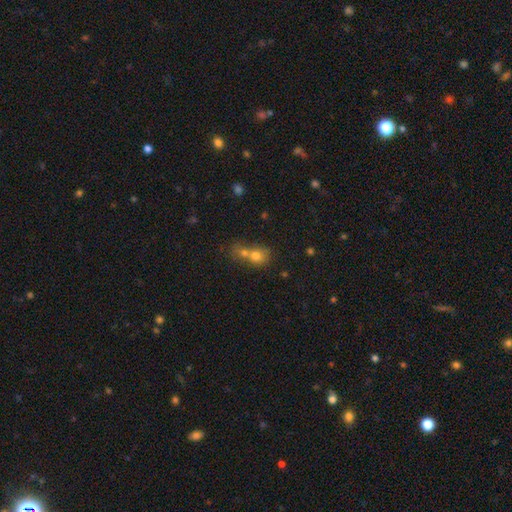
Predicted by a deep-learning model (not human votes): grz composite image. It shows a smooth galaxy with no disk features (72%) that is round (65%). Merging: merger (67%).